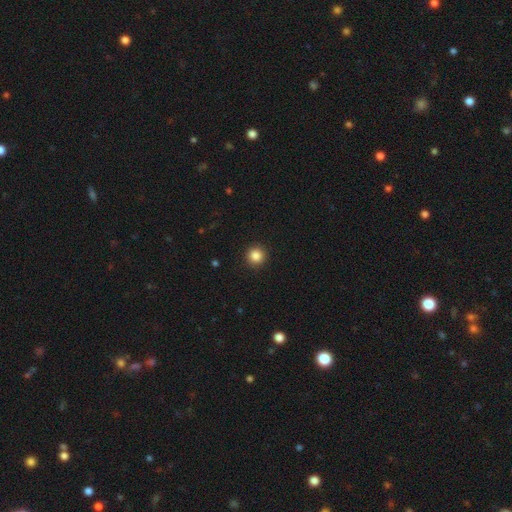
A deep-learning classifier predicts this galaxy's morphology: The model was most divided on "smooth or featured": smooth: 86%, star or artifact: 11%, featured or disk: 4%. More confident: how rounded — round (95%); merging — none (93%).